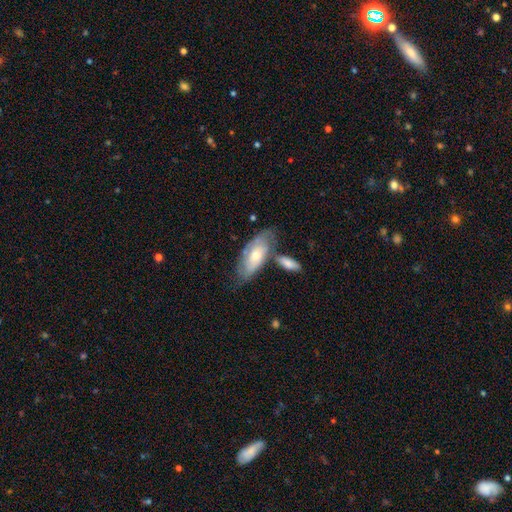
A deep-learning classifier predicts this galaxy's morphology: Smooth or featured: smooth — 48% (featured or disk — 47%)
Merging: none — 50% (minor disturbance — 23%)